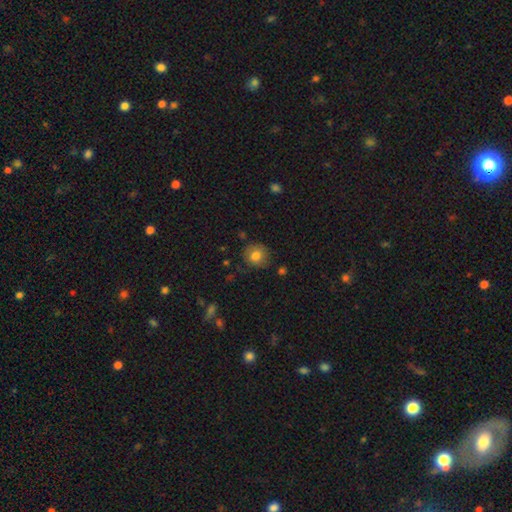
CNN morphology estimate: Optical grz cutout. It shows a smooth galaxy with no disk features (80%) that is round (84%). Merging: none (81%).